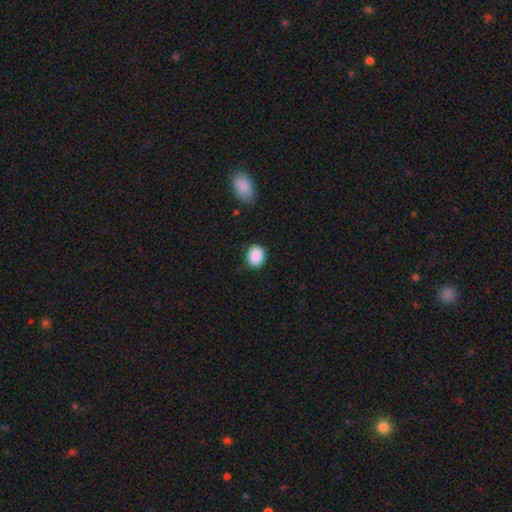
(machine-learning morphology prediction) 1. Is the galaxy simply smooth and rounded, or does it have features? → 89% smooth, 8% star or artifact, 3% featured or disk.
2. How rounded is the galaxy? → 66% round, 33% in between, 1% cigar-shaped.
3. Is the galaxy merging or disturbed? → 85% none, 11% minor disturbance, 3% major disturbance, 1% merger.